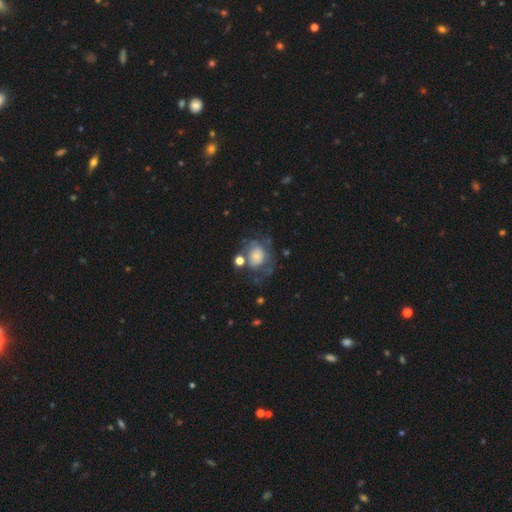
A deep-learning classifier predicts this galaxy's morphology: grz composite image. It shows a featured or disk galaxy (49%). Merging: none (45%).